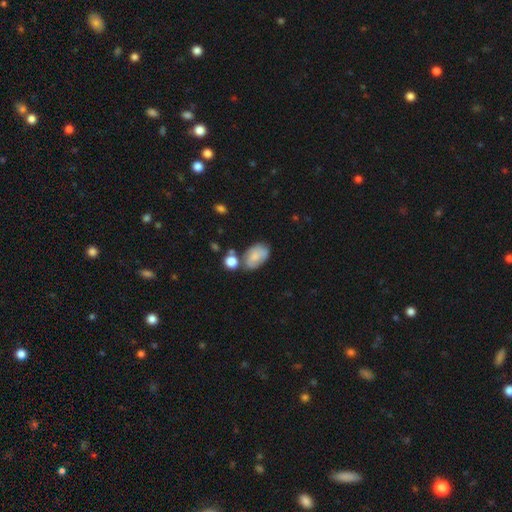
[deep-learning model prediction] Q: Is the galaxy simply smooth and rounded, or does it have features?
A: smooth — 71%.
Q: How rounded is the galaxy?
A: in between — 89%.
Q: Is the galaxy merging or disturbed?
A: none — 51%.